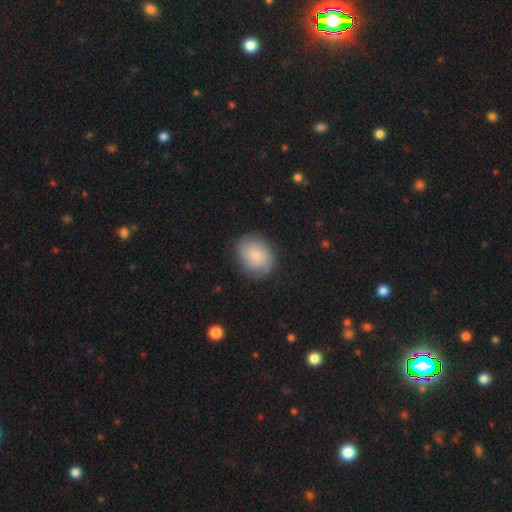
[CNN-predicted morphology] The model was most divided on "how rounded": in between: 54%, round: 45%, cigar-shaped: 1%. More confident: merging — none (78%); smooth or featured — smooth (68%).